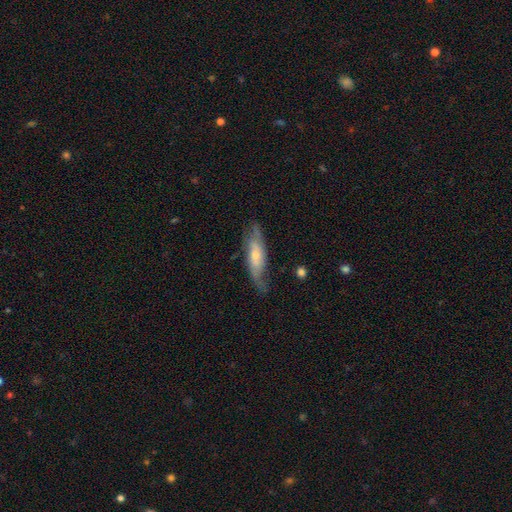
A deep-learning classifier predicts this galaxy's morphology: smooth_or_featured: featured or disk (p=0.57) [alt: smooth p=0.37]
disk_edge_on: no (p=0.73) [alt: yes p=0.27]
merging: none (p=0.64) [alt: minor disturbance p=0.24]